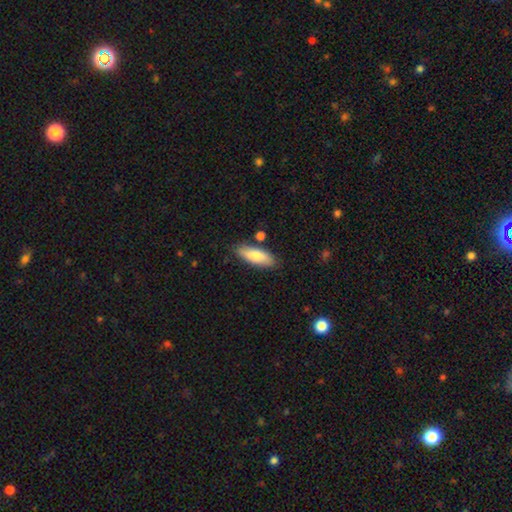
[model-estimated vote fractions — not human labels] This appears to be a smooth galaxy with no disk features (78%) that is in between round and cigar-shaped (62%). Merging: none (80%).